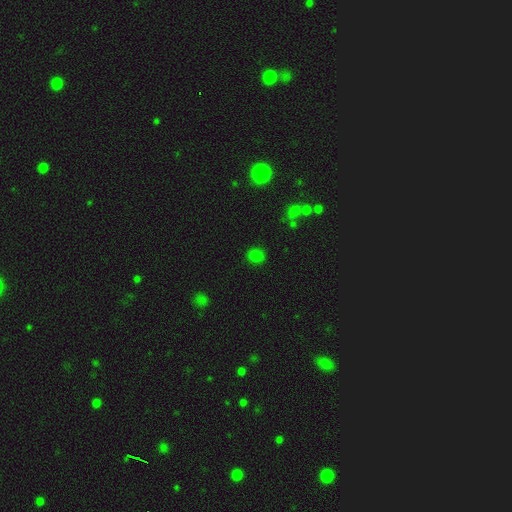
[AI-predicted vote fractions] smooth-or-featured: smooth: 78% | star or artifact: 17% | featured or disk: 5%
  how-rounded: round: 76% | in between: 23% | cigar-shaped: 1%
  merging: none: 87% | minor disturbance: 8% | major disturbance: 3% | merger: 2%